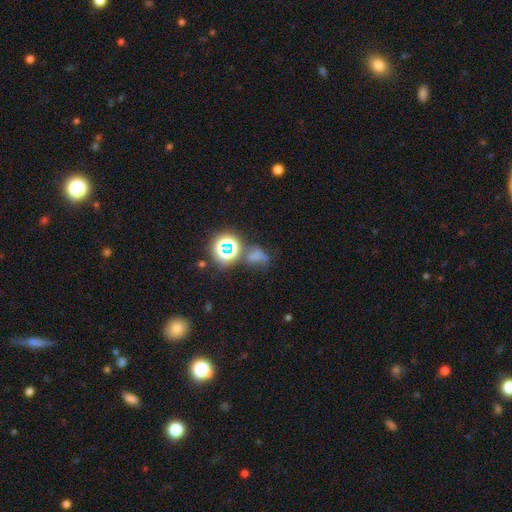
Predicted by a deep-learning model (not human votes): Smooth or featured? smooth (49%)
Merging? none (45%)